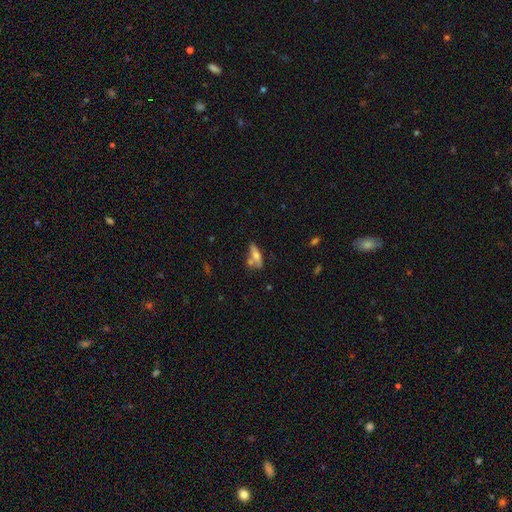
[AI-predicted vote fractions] smooth-or-featured: smooth: 59% | featured or disk: 33% | star or artifact: 8%
  how-rounded: cigar-shaped: 54% | in between: 43% | round: 3%
  merging: none: 54% | merger: 24% | minor disturbance: 17% | major disturbance: 6%